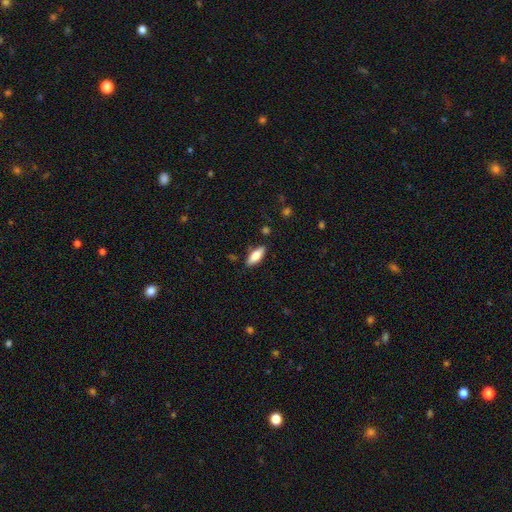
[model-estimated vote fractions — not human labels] The model was most divided on "how rounded": in between: 71%, cigar-shaped: 27%, round: 2%. More confident: merging — none (84%); smooth or featured — smooth (74%).